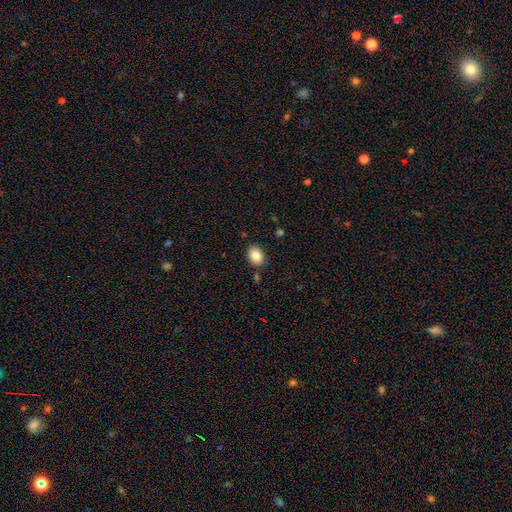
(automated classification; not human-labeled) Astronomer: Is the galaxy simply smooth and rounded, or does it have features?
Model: smooth — 84%.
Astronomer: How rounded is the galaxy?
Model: in between — 69%.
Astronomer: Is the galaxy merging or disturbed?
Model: none — 85%.